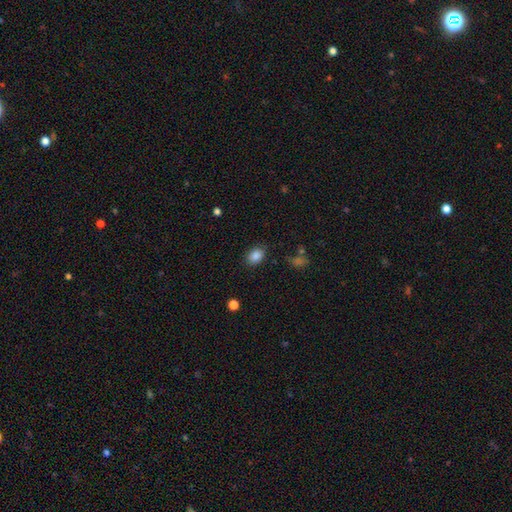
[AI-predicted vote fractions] A smooth galaxy with no disk features (87%) that is in between round and cigar-shaped (72%).

Vote fractions:
- Smooth or featured? smooth: 87% / star or artifact: 9% / featured or disk: 4%
- How rounded? in between: 72% / round: 27% / cigar-shaped: 1%
- Merging? none: 84% / minor disturbance: 11% / major disturbance: 3% / merger: 2%